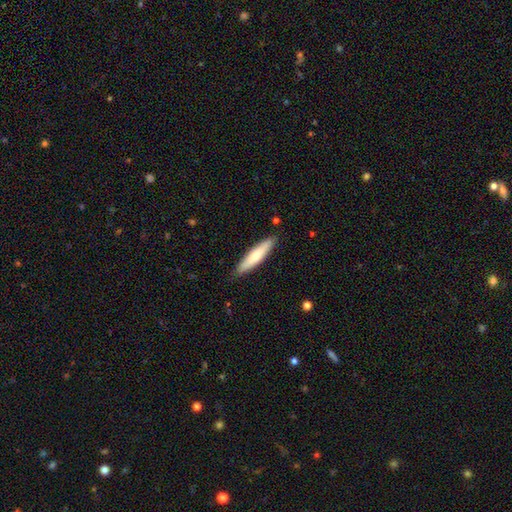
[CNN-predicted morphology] smooth_or_featured: smooth (p=0.66) [alt: featured or disk p=0.29]
how_rounded: cigar-shaped (p=0.82) [alt: in between p=0.17]
merging: none (p=0.88) [alt: minor disturbance p=0.09]